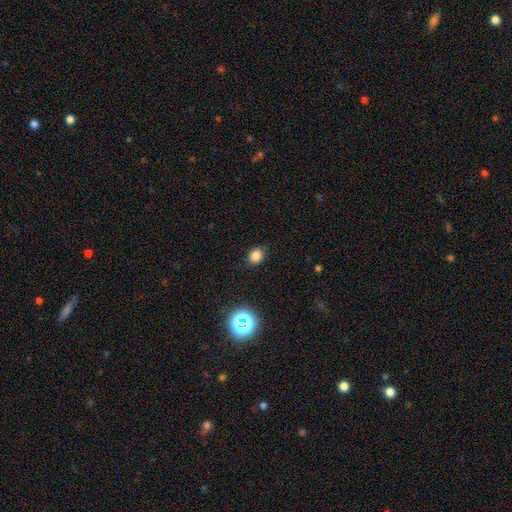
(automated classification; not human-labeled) Smooth or featured? smooth (81%)
How rounded? round (53%)
Merging? none (88%)